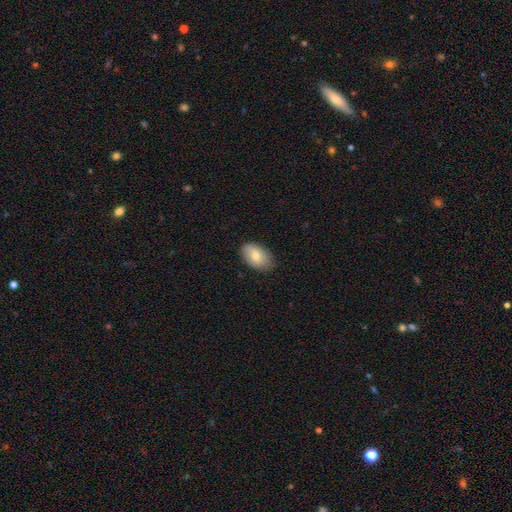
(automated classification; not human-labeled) smooth-or-featured: smooth: 71% | featured or disk: 22% | star or artifact: 7%
  how-rounded: in between: 91% | round: 8% | cigar-shaped: 2%
  merging: none: 82% | minor disturbance: 14% | major disturbance: 3% | merger: 1%